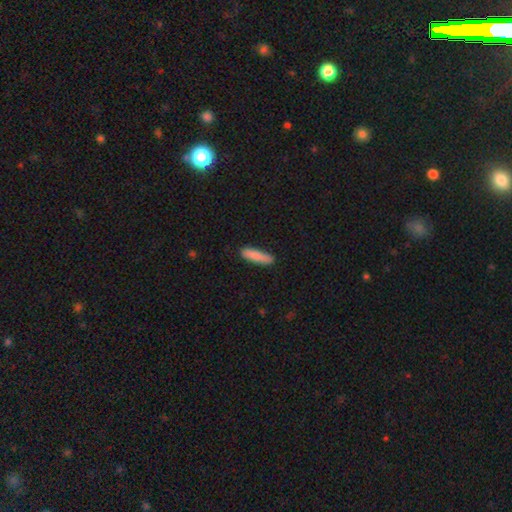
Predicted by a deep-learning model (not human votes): Q: Smooth or featured?
A: smooth (87%); runner-up: featured or disk (7%)
Q: How rounded?
A: cigar-shaped (76%); runner-up: in between (23%)
Q: Merging?
A: none (86%); runner-up: minor disturbance (11%)